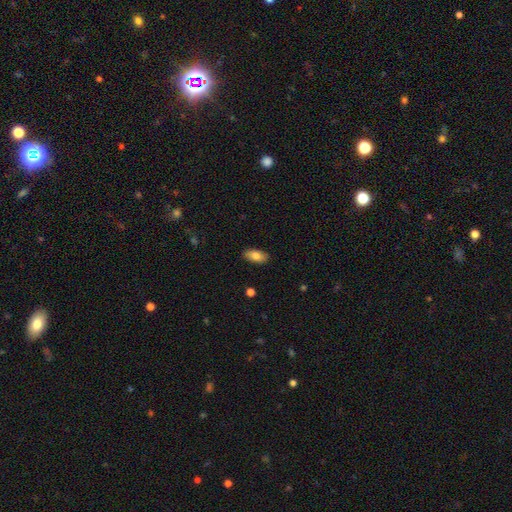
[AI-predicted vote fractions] Smooth or featured?
  - smooth: 82% *
  - featured or disk: 11%
  - star or artifact: 7%
How rounded?
  - in between: 91% *
  - cigar-shaped: 7%
  - round: 3%
Merging?
  - none: 89% *
  - minor disturbance: 8%
  - major disturbance: 2%
  - merger: 1%